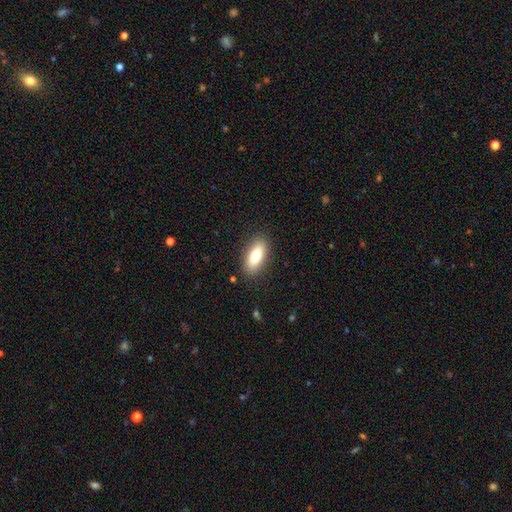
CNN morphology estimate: Q: Smooth or featured?
A: smooth (74%); runner-up: featured or disk (19%)
Q: How rounded?
A: in between (81%); runner-up: cigar-shaped (15%)
Q: Merging?
A: none (87%); runner-up: minor disturbance (9%)